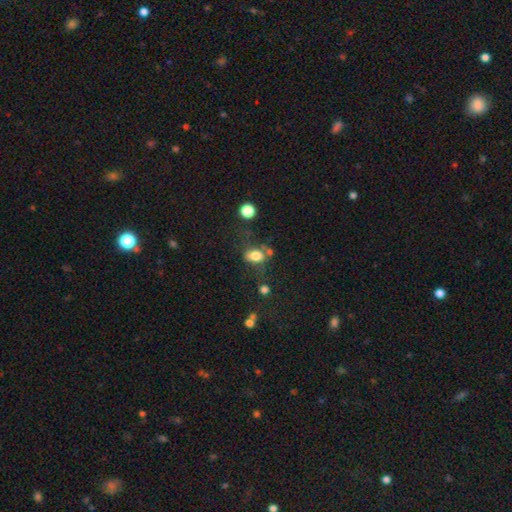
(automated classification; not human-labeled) This is likely a smooth galaxy (78%). How rounded: likely in between (75%). Merging: possibly none (51%).